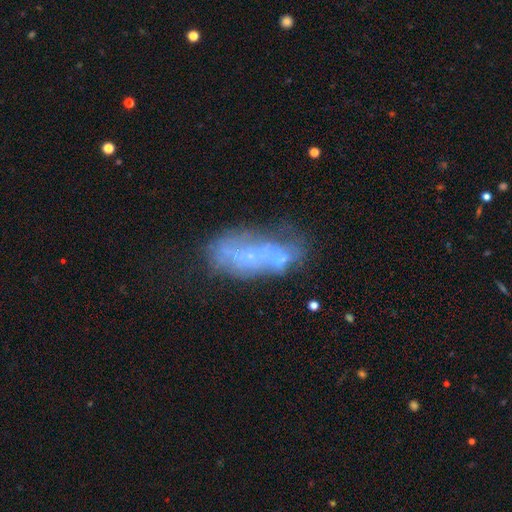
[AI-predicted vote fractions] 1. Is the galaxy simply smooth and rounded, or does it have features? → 54% featured or disk, 34% smooth, 12% star or artifact.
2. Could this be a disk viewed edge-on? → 88% no, 12% yes.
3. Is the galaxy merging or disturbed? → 40% none, 22% minor disturbance, 20% merger, 18% major disturbance.